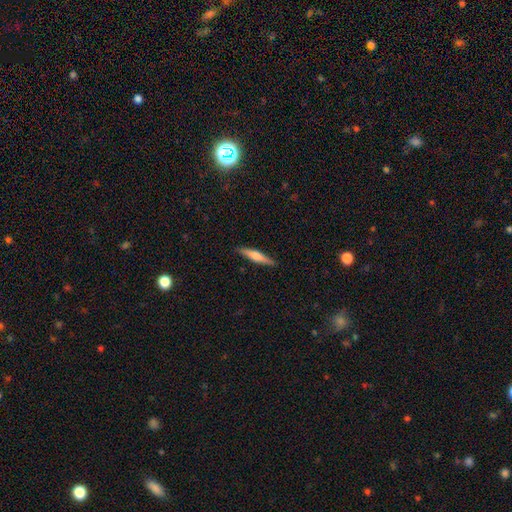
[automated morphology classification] Overall: smooth (49%; featured or disk 45%). Merging: none (90%).